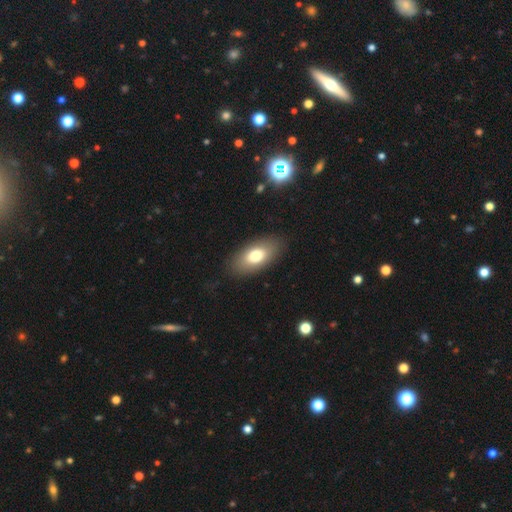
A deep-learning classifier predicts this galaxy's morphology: smooth_or_featured: smooth (p=0.75) [alt: featured or disk p=0.18]
how_rounded: in between (p=0.91) [alt: cigar-shaped p=0.05]
merging: none (p=0.86) [alt: minor disturbance p=0.10]